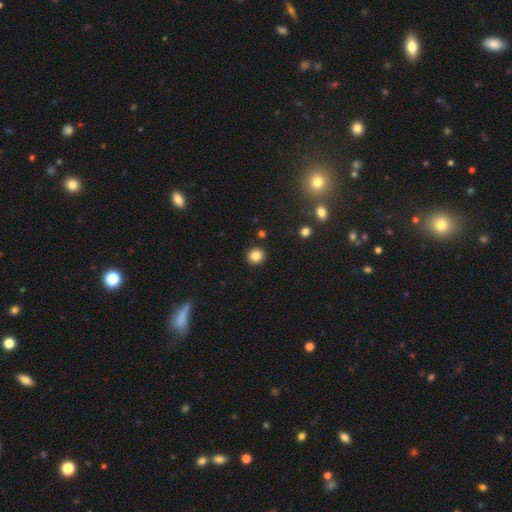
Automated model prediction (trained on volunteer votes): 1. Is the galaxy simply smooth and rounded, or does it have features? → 84% smooth, 11% star or artifact, 5% featured or disk.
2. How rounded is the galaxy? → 92% round, 7% in between, 1% cigar-shaped.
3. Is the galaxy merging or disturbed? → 92% none, 5% minor disturbance, 2% merger, 2% major disturbance.